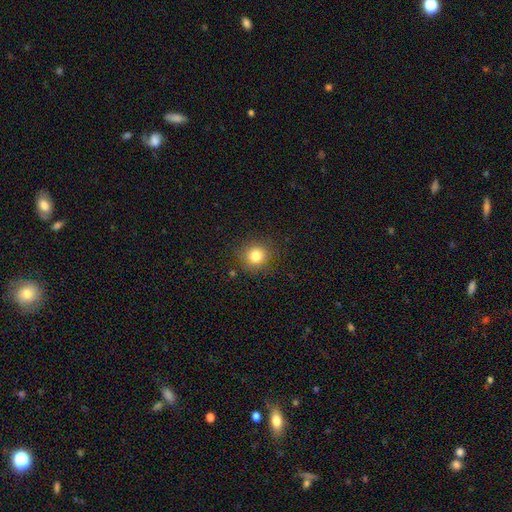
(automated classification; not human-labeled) This is clearly a smooth galaxy (81%). How rounded: clearly round (89%). Merging: clearly none (84%).